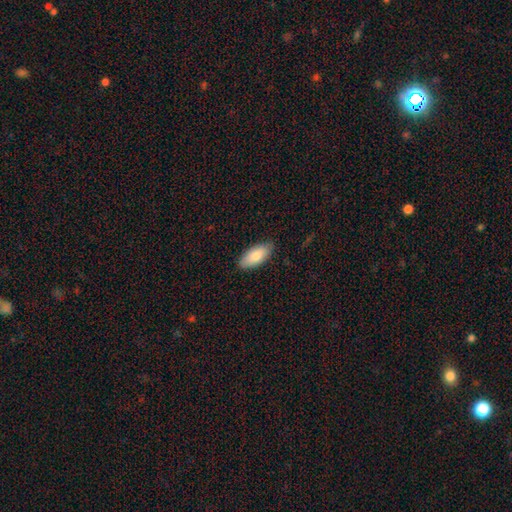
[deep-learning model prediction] This is clearly a smooth galaxy (82%). How rounded: clearly in between (87%). Merging: clearly none (86%).